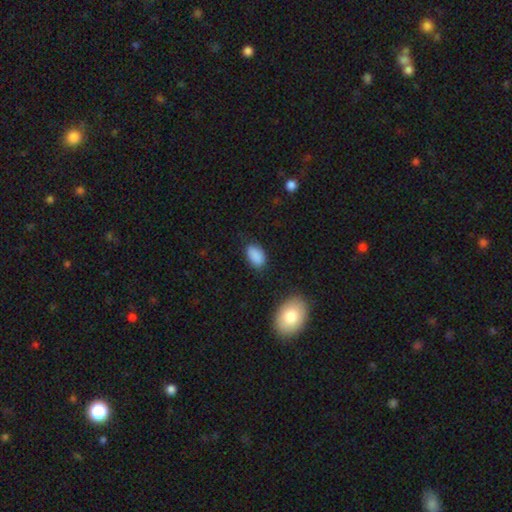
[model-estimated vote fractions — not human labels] Smooth or featured: smooth — 88% (star or artifact — 8%)
How rounded: in between — 91% (round — 7%)
Merging: none — 78% (minor disturbance — 16%)